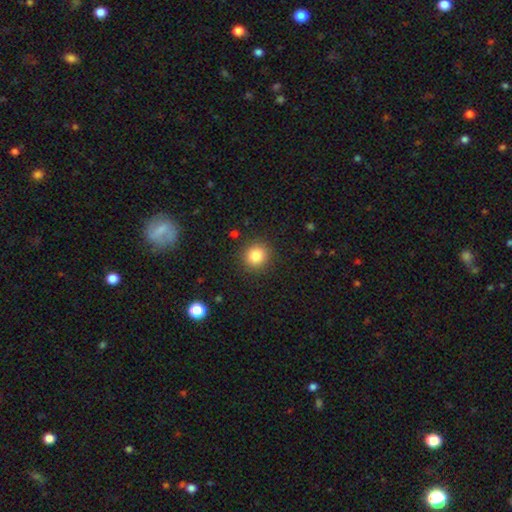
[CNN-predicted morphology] type=smooth (85%); roundness=round (88%); merging=none (89%).